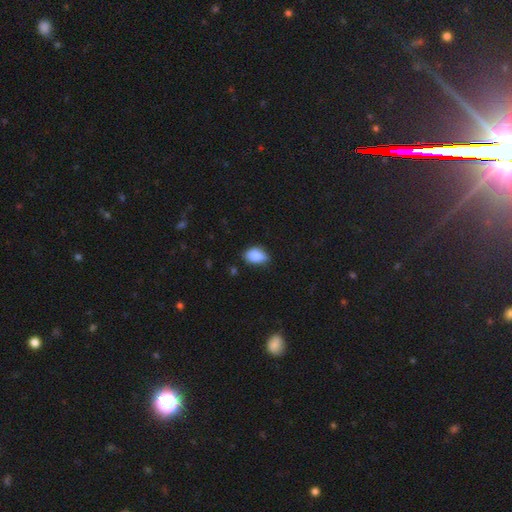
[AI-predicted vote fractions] This is clearly a smooth galaxy (87%). How rounded: clearly in between (87%). Merging: likely none (66%).